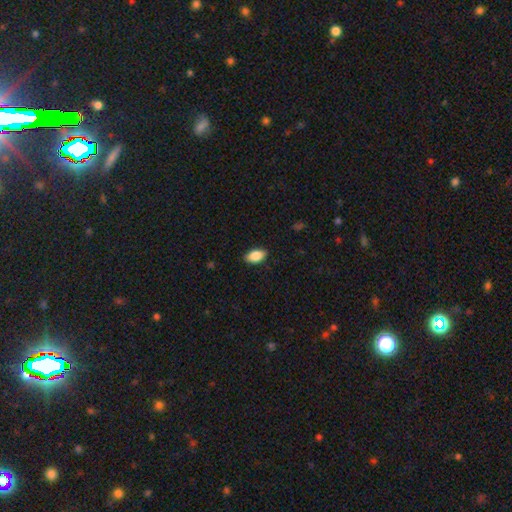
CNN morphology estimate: Smooth or featured: smooth — 86% (star or artifact — 7%)
How rounded: in between — 92% (round — 5%)
Merging: none — 87% (minor disturbance — 10%)